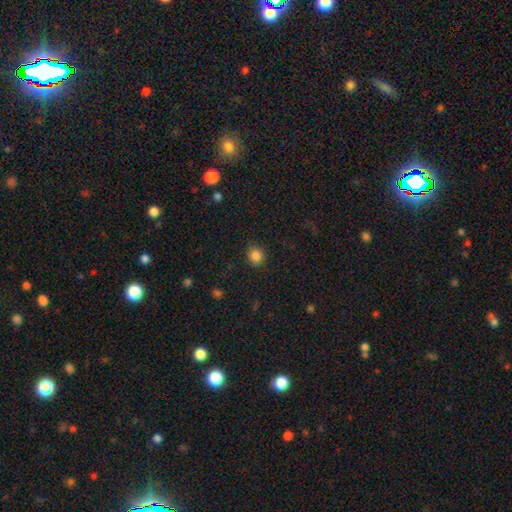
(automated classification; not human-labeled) Smooth or featured? Predicted: smooth (p=0.85). How rounded? Predicted: round (p=0.78). Merging? Predicted: none (p=0.89).